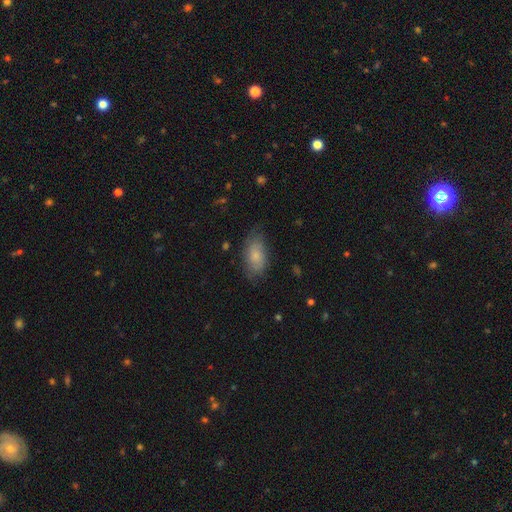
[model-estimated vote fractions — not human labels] This appears to be a smooth galaxy with no disk features (74%) that is in between round and cigar-shaped (92%). Merging: none (70%).